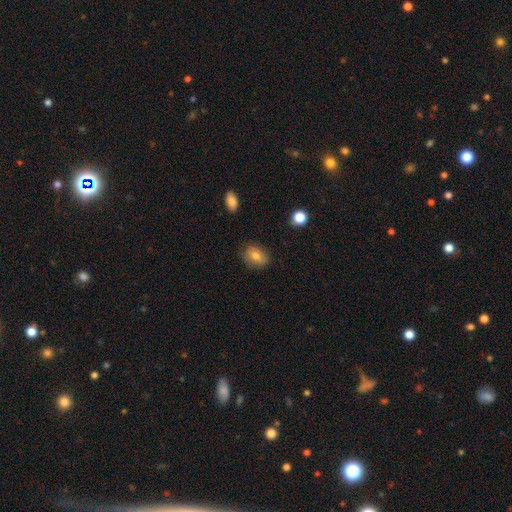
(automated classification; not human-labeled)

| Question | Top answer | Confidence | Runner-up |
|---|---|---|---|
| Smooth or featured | smooth | 71% | featured or disk (20%) |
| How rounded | in between | 55% | round (44%) |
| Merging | none | 79% | minor disturbance (16%) |